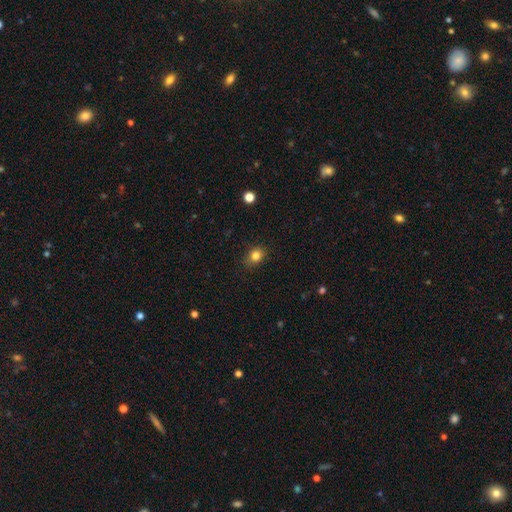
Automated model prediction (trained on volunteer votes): smooth-or-featured: smooth: 82% | star or artifact: 12% | featured or disk: 6%
  how-rounded: round: 58% | in between: 41% | cigar-shaped: 1%
  merging: none: 83% | minor disturbance: 13% | major disturbance: 3% | merger: 1%